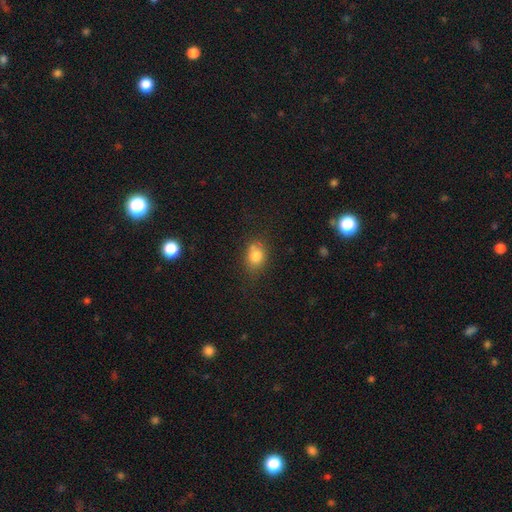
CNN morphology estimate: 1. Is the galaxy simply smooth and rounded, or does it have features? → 79% smooth, 11% star or artifact, 10% featured or disk.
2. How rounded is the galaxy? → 52% in between, 47% round, 1% cigar-shaped.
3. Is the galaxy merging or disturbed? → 62% none, 21% minor disturbance, 11% merger, 6% major disturbance.